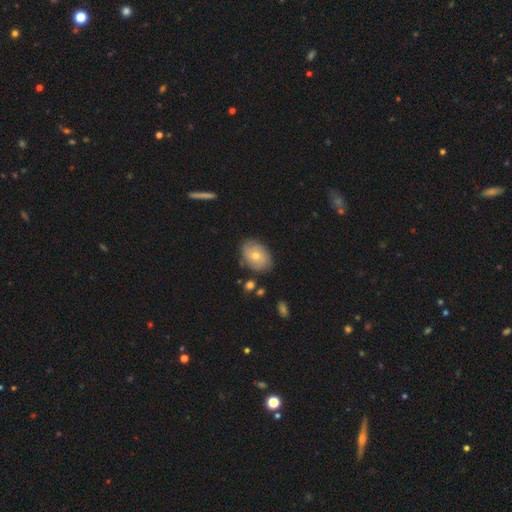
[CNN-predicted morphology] Smooth or featured? Predicted: smooth (p=0.58). How rounded? Predicted: in between (p=0.79). Merging? Predicted: none (p=0.80).